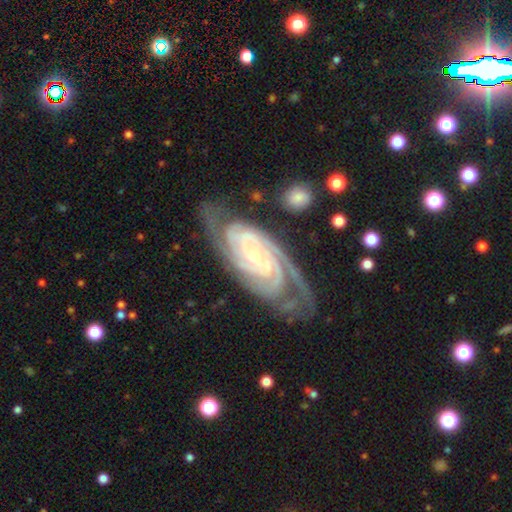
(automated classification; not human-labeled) This appears to be a featured or disk galaxy (92%) with no bar (64%), 3 (32%) tight (77%) spiral arms (99%) and a small central bulge (77%). Merging: none (70%).